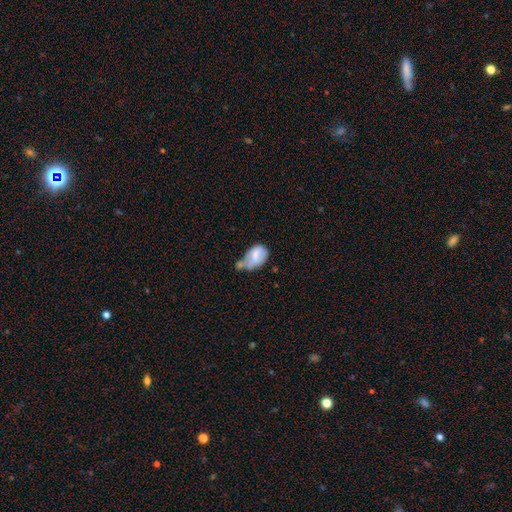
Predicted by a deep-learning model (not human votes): A smooth galaxy with no disk features (68%) that is in between round and cigar-shaped (81%).

Vote fractions:
- Smooth or featured? smooth: 68% / featured or disk: 24% / star or artifact: 8%
- How rounded? in between: 81% / round: 18% / cigar-shaped: 2%
- Merging? minor disturbance: 32% / merger: 27% / major disturbance: 24% / none: 17%